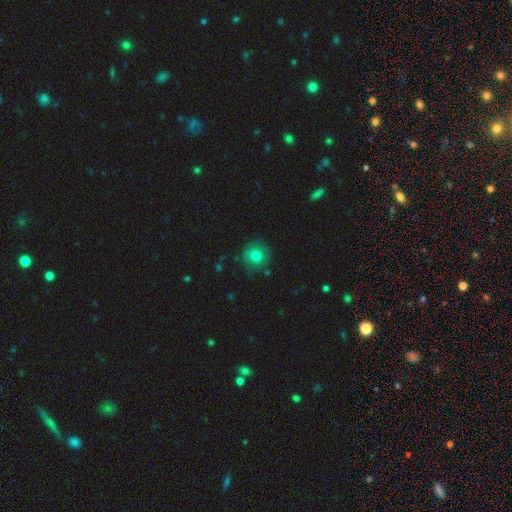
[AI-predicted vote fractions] Smooth or featured: smooth — 77% (star or artifact — 13%)
How rounded: round — 93% (in between — 6%)
Merging: none — 82% (minor disturbance — 13%)